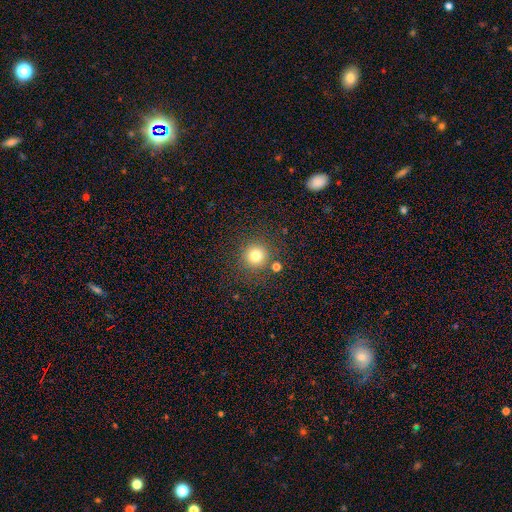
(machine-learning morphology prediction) smooth_or_featured: smooth (p=0.78) [alt: star or artifact p=0.15]
how_rounded: round (p=0.94) [alt: in between p=0.05]
merging: none (p=0.83) [alt: minor disturbance p=0.08]